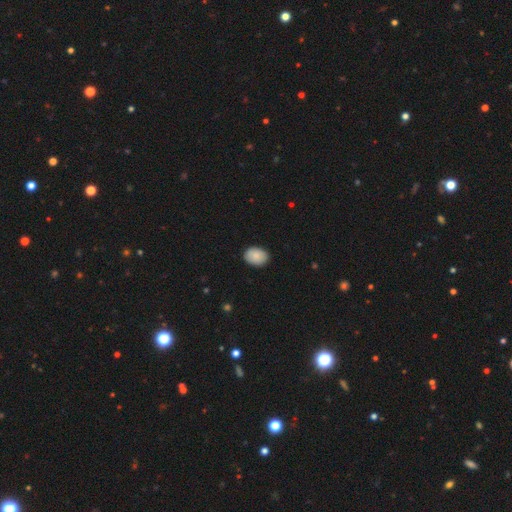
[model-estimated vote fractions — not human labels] This is clearly a smooth galaxy (89%). How rounded: likely in between (77%). Merging: clearly none (88%).